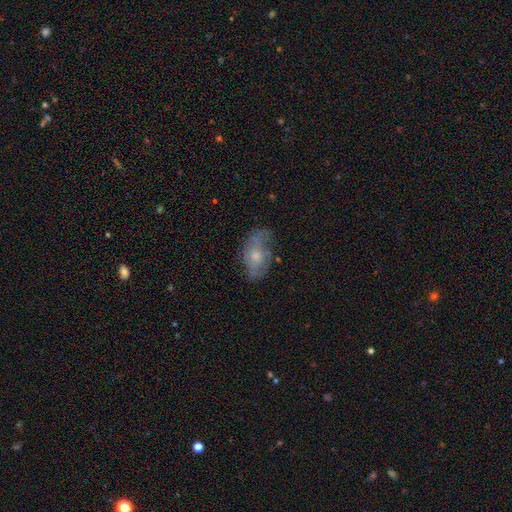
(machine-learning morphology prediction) Q: Smooth or featured?
A: featured or disk (47%); runner-up: smooth (45%)
Q: Merging?
A: none (54%); runner-up: minor disturbance (28%)